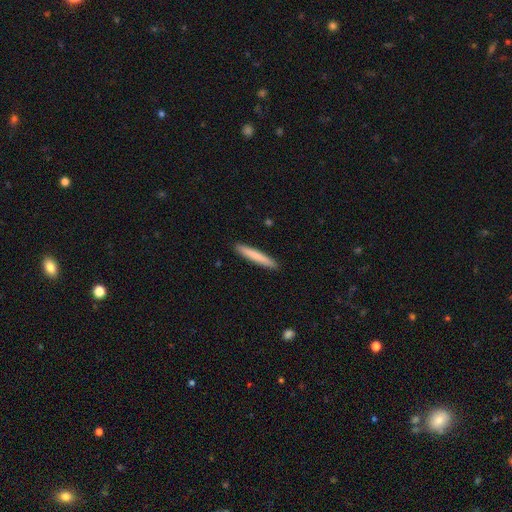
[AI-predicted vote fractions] smooth-or-featured: smooth: 78% | featured or disk: 17% | star or artifact: 5%
  how-rounded: cigar-shaped: 95% | in between: 4% | round: 1%
  merging: none: 92% | minor disturbance: 6% | major disturbance: 1% | merger: 1%